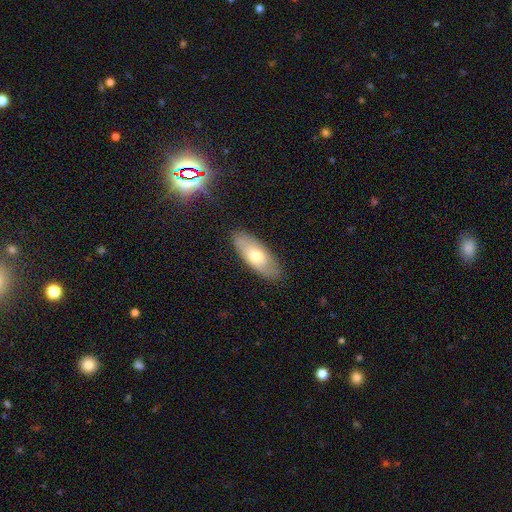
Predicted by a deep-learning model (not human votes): Q: Smooth or featured?
A: smooth (59%); runner-up: featured or disk (35%)
Q: How rounded?
A: in between (81%); runner-up: cigar-shaped (16%)
Q: Merging?
A: none (84%); runner-up: minor disturbance (12%)